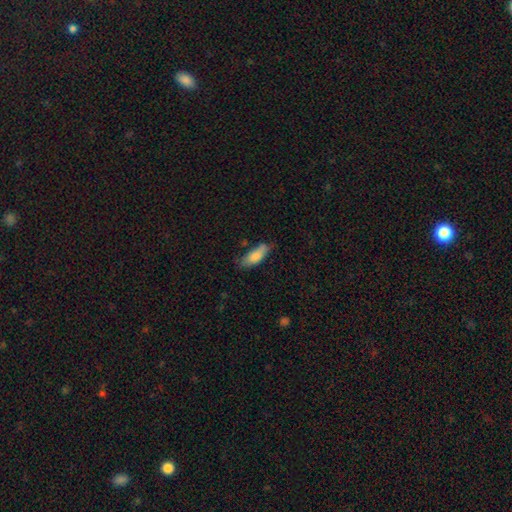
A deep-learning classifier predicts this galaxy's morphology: A smooth galaxy with no disk features (82%) that is in between round and cigar-shaped (68%). Merging: none (58%).